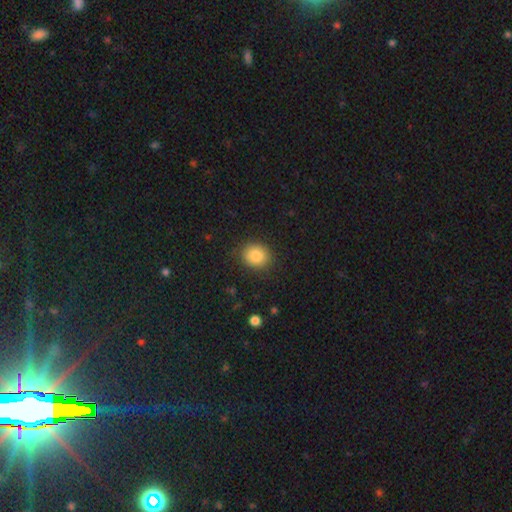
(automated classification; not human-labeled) Overall: smooth (85%). How rounded: round (75%). Merging: none (87%).